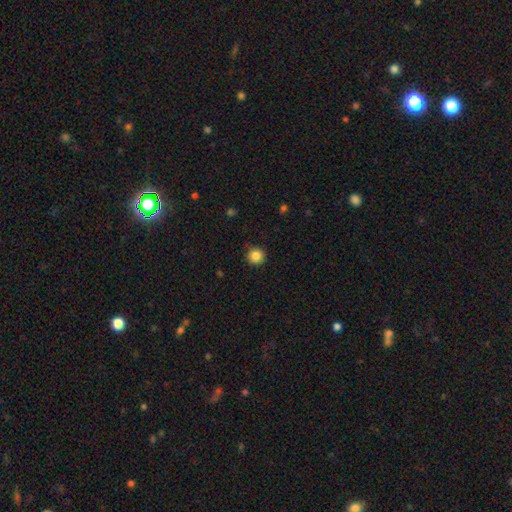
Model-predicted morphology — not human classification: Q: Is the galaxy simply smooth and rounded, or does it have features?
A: smooth — 85%.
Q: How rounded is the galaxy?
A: round — 95%.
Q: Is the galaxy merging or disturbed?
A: none — 88%.